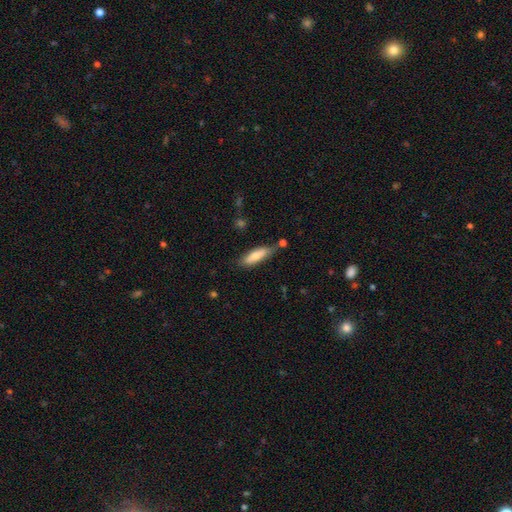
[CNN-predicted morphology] smooth_or_featured: smooth (p=0.72) [alt: featured or disk p=0.22]
how_rounded: cigar-shaped (p=0.57) [alt: in between p=0.41]
merging: none (p=0.67) [alt: minor disturbance p=0.21]